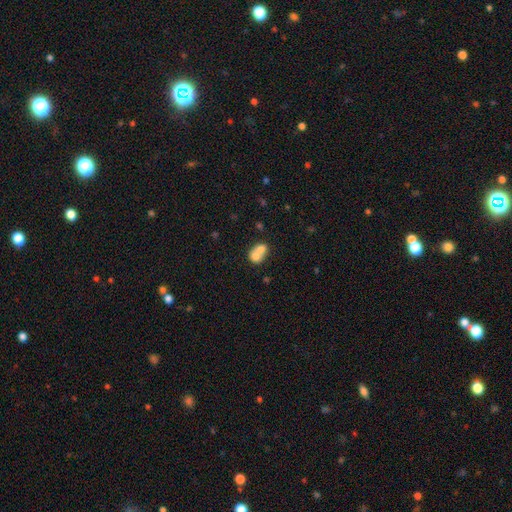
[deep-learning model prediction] Q: Smooth or featured?
A: smooth (69%); runner-up: featured or disk (22%)
Q: How rounded?
A: round (55%); runner-up: in between (44%)
Q: Merging?
A: merger (72%); runner-up: none (19%)